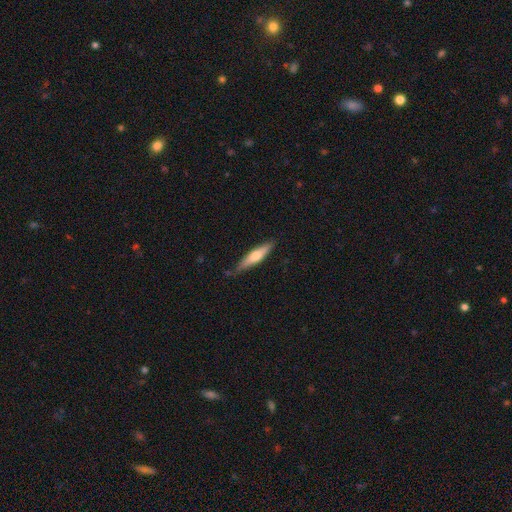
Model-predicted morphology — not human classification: Smooth or featured? smooth (53%)
How rounded? cigar-shaped (81%)
Merging? none (79%)